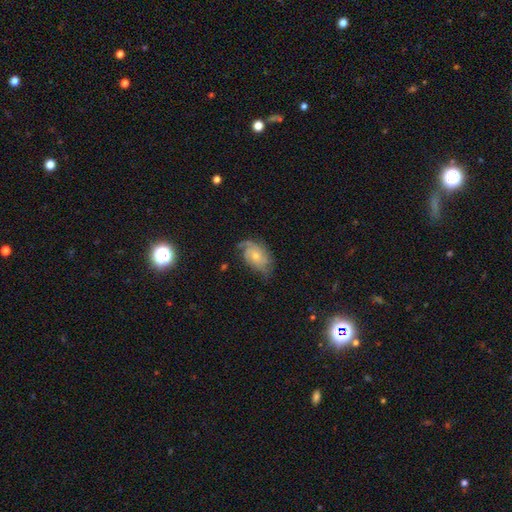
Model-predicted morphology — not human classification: This is likely a featured or disk galaxy (68%). It is clearly not viewed edge-on (96%). Bar: likely no (74%). Spiral arm pattern: clearly yes (91%). Spiral arm count: marginally 2 (32%). Spiral winding: marginally tight (44%). Central bulge: possibly small (55%). Merging: possibly none (57%).